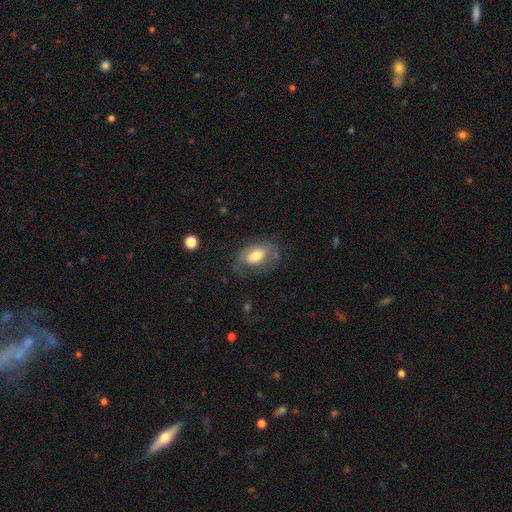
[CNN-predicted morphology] smooth-or-featured: smooth: 60% | featured or disk: 33% | star or artifact: 7%
  how-rounded: in between: 88% | round: 9% | cigar-shaped: 3%
  merging: none: 57% | minor disturbance: 24% | major disturbance: 17% | merger: 2%